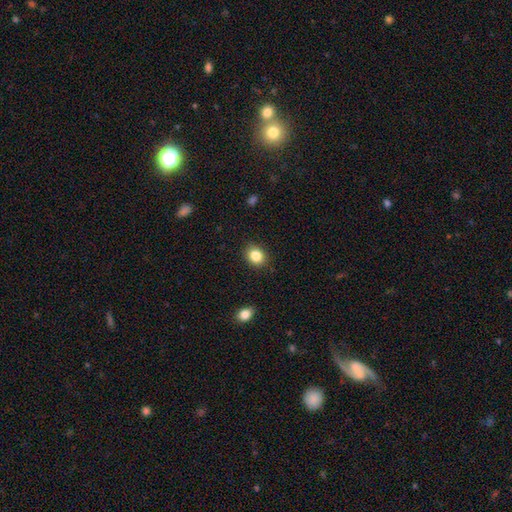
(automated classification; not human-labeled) Smooth or featured? Predicted: smooth (p=0.84). How rounded? Predicted: round (p=0.60). Merging? Predicted: none (p=0.88).